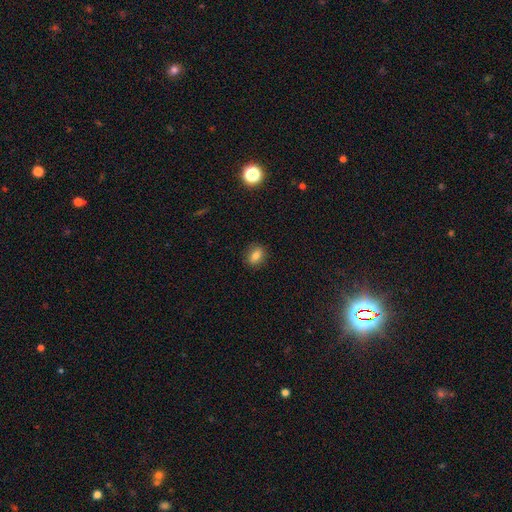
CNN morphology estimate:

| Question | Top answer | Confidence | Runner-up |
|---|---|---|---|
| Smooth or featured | smooth | 81% | star or artifact (11%) |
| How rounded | in between | 64% | round (34%) |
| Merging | none | 87% | minor disturbance (9%) |